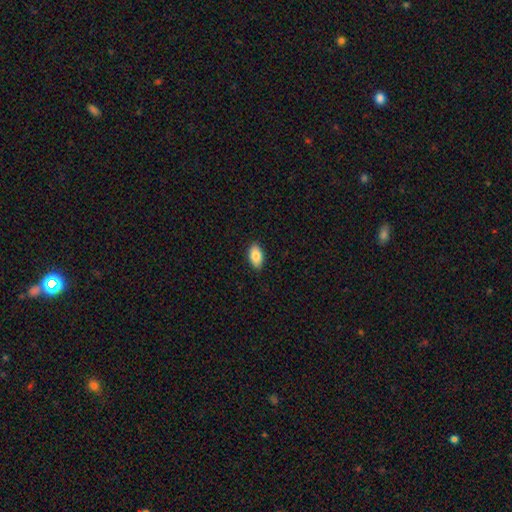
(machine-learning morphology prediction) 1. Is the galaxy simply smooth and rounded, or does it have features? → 84% smooth, 9% featured or disk, 7% star or artifact.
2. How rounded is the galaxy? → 93% in between, 4% round, 3% cigar-shaped.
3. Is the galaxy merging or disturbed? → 89% none, 8% minor disturbance, 2% major disturbance, 1% merger.